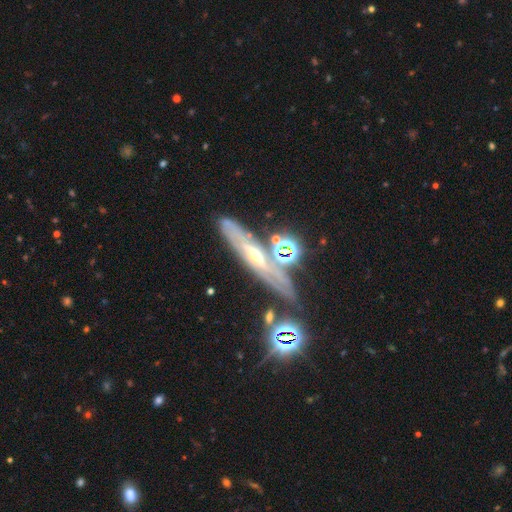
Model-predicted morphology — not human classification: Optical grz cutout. It shows a featured or disk galaxy (64%) viewed edge-on (63%). Merging: none (68%).